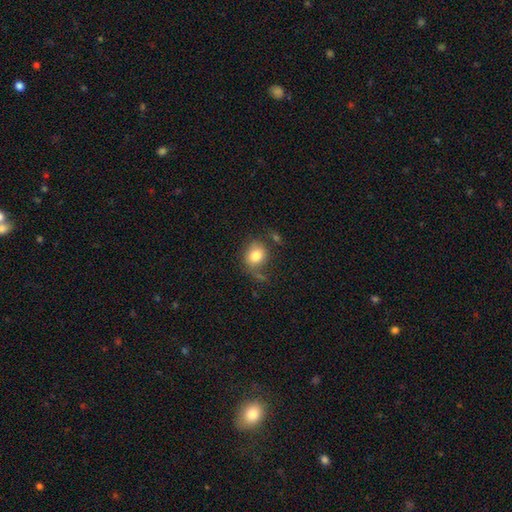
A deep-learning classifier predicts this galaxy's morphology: smooth_or_featured: smooth (p=0.79) [alt: featured or disk p=0.12]
how_rounded: round (p=0.62) [alt: in between p=0.37]
merging: none (p=0.58) [alt: minor disturbance p=0.22]